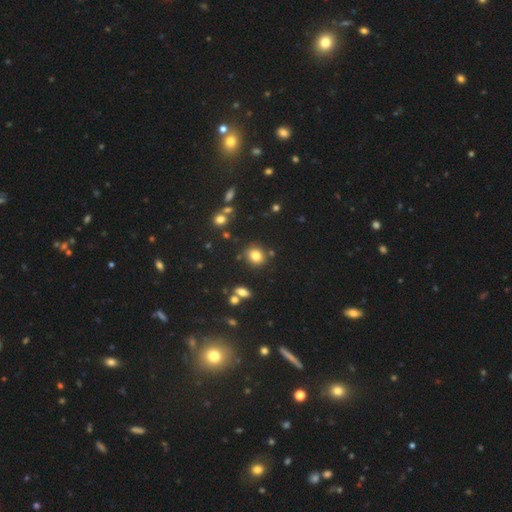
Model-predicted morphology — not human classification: smooth_or_featured: smooth (p=0.80) [alt: star or artifact p=0.13]
how_rounded: round (p=0.70) [alt: in between p=0.28]
merging: none (p=0.82) [alt: minor disturbance p=0.09]